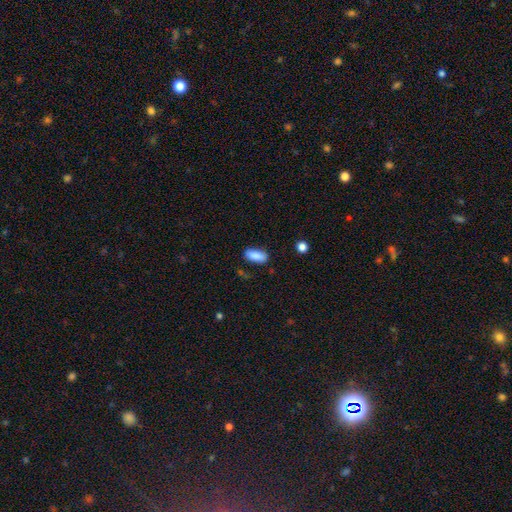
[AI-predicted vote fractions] Smooth or featured: smooth — 87% (star or artifact — 7%)
How rounded: in between — 87% (cigar-shaped — 10%)
Merging: none — 81% (minor disturbance — 14%)